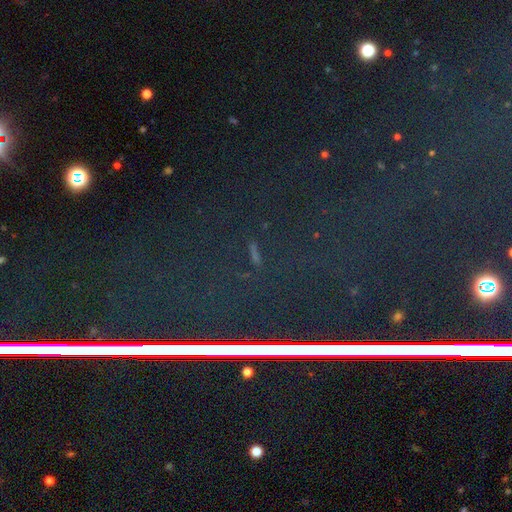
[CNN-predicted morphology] This appears to be a star or artifact, not a galaxy (79%).